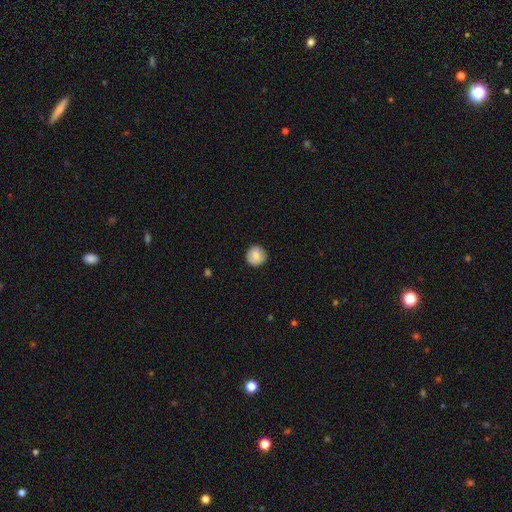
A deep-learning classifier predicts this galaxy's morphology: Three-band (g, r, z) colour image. It shows a smooth galaxy with no disk features (78%) that is round (93%). Merging: none (87%).